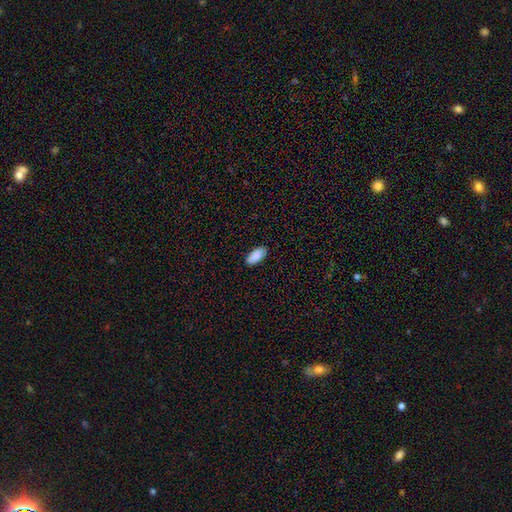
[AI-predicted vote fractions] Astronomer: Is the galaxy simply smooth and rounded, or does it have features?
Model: smooth — 89%.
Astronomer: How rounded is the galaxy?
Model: in between — 92%.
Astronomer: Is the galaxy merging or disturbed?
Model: none — 86%.